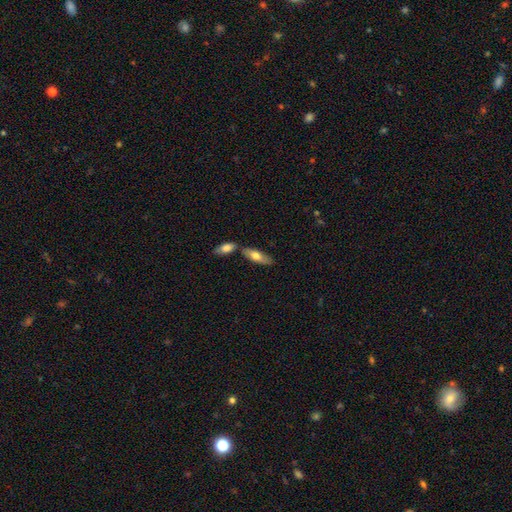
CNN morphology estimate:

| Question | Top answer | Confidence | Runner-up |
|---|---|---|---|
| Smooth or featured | smooth | 65% | featured or disk (30%) |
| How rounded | in between | 61% | cigar-shaped (37%) |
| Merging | none | 66% | merger (19%) |